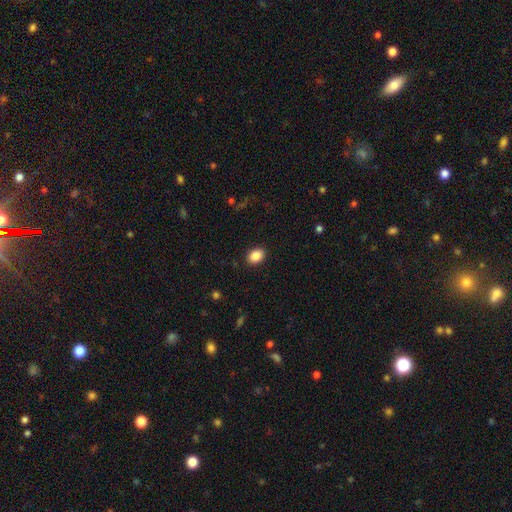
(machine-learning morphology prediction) A smooth galaxy with no disk features (87%) that is in between round and cigar-shaped (71%).

Vote fractions:
- Smooth or featured? smooth: 87% / star or artifact: 9% / featured or disk: 4%
- How rounded? in between: 71% / round: 28% / cigar-shaped: 1%
- Merging? none: 90% / minor disturbance: 7% / major disturbance: 2% / merger: 1%